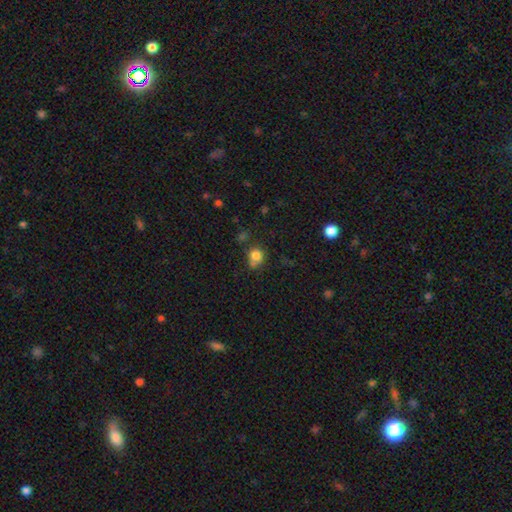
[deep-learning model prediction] Smooth or featured? smooth (80%)
How rounded? round (77%)
Merging? none (53%)